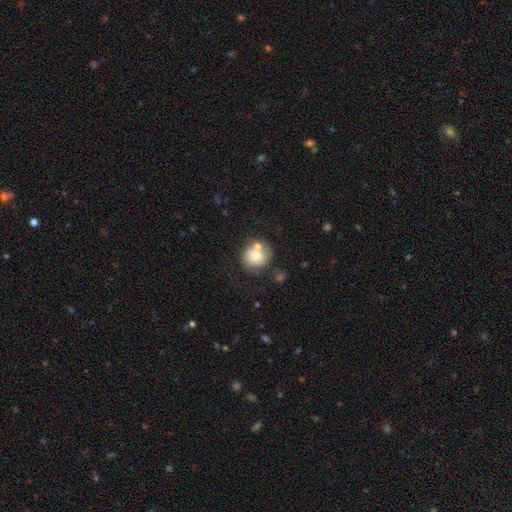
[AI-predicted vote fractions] smooth-or-featured: smooth: 68% | featured or disk: 23% | star or artifact: 8%
  how-rounded: round: 88% | in between: 11% | cigar-shaped: 1%
  merging: none: 54% | merger: 24% | minor disturbance: 15% | major disturbance: 7%